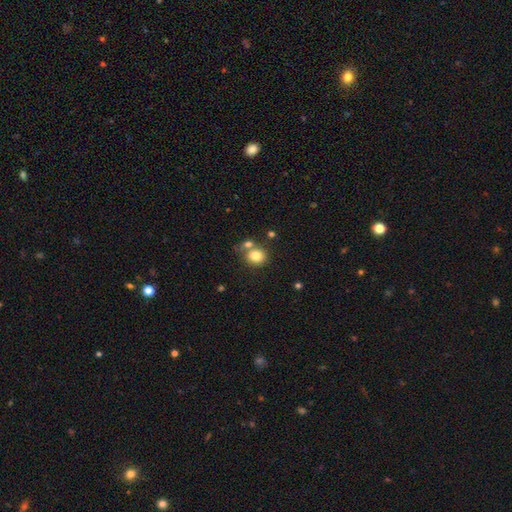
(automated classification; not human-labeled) Smooth or featured? smooth (80%)
How rounded? round (69%)
Merging? none (58%)